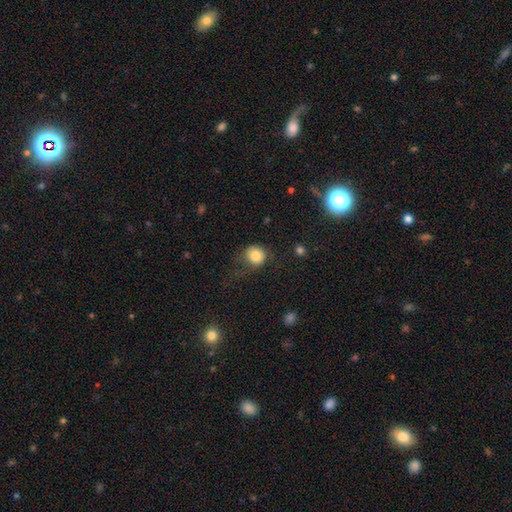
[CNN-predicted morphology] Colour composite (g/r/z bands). It shows a smooth galaxy with no disk features (82%) that is round (85%). Merging: none (61%).